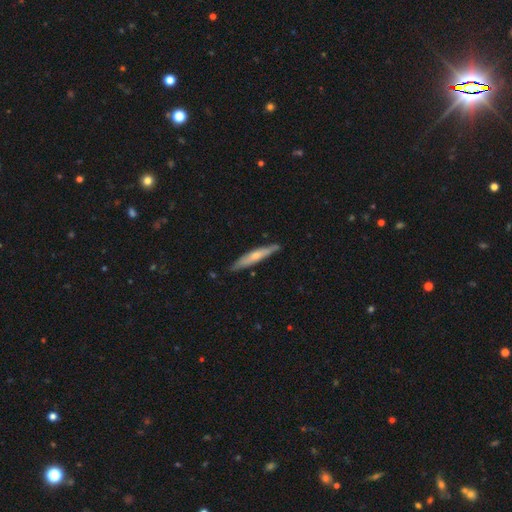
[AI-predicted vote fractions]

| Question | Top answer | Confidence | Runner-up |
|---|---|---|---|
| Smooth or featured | smooth | 49% | featured or disk (46%) |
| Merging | none | 85% | minor disturbance (12%) |